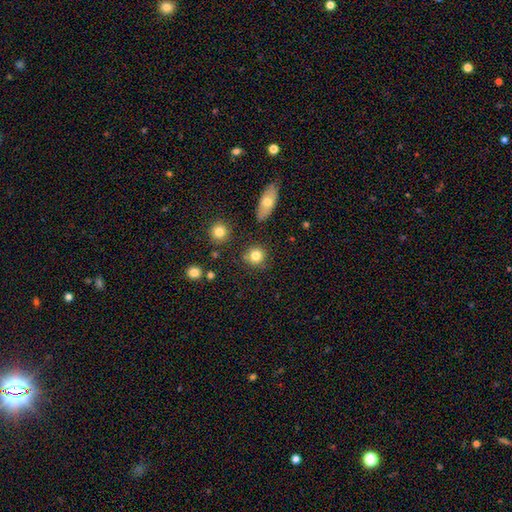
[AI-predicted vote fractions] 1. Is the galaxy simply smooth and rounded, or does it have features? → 81% smooth, 10% star or artifact, 8% featured or disk.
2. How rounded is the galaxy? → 90% round, 9% in between, 1% cigar-shaped.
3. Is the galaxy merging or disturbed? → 83% none, 9% minor disturbance, 5% merger, 3% major disturbance.